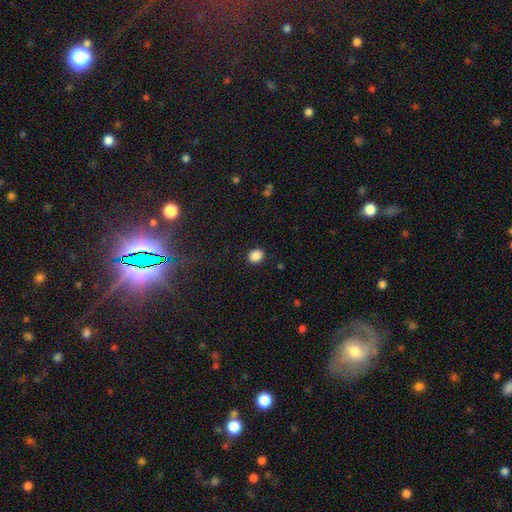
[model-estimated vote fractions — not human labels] Smooth or featured? Predicted: smooth (p=0.88). How rounded? Predicted: round (p=0.55). Merging? Predicted: none (p=0.89).